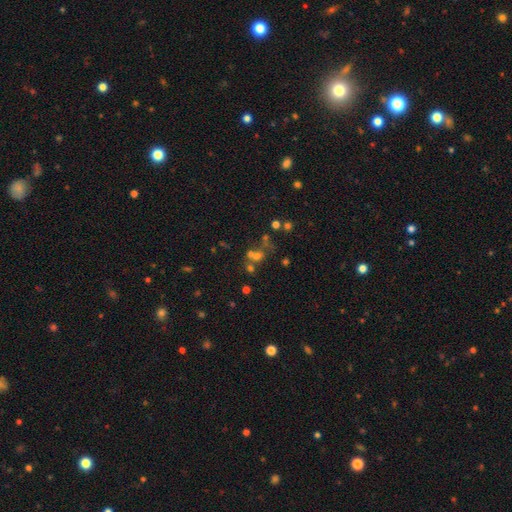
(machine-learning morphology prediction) A smooth galaxy with no disk features (41%). Merging: merger (45%).